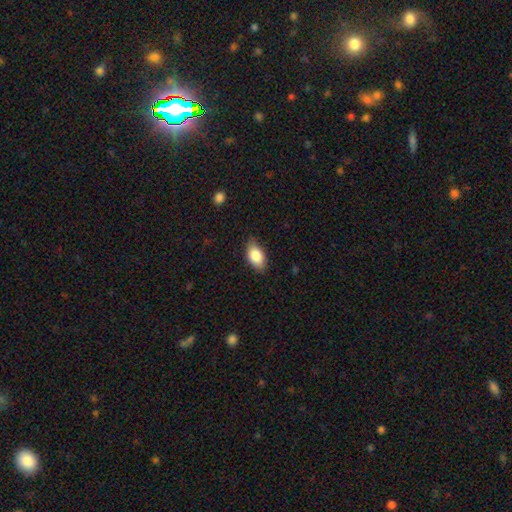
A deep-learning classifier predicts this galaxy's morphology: Q: Smooth or featured?
A: smooth (83%); runner-up: featured or disk (10%)
Q: How rounded?
A: in between (91%); runner-up: round (6%)
Q: Merging?
A: none (80%); runner-up: minor disturbance (16%)